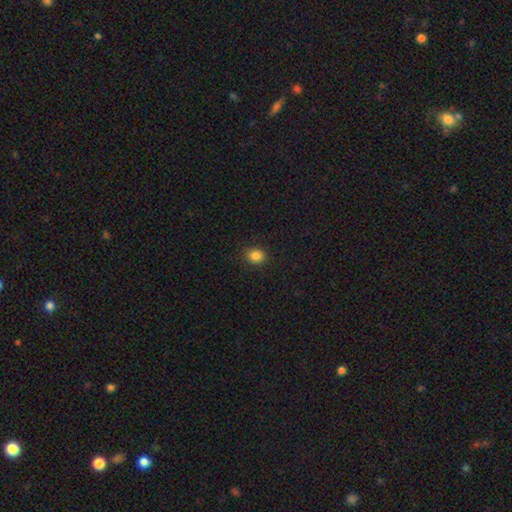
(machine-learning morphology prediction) Overall: smooth (84%). How rounded: round (66%; in between 33%). Merging: none (89%).